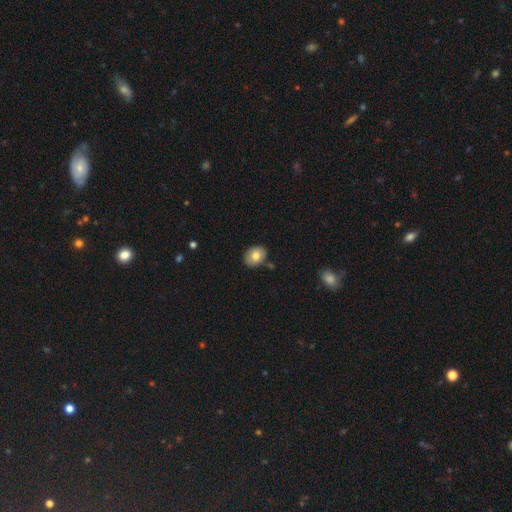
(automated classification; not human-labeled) Smooth or featured: smooth — 79% (featured or disk — 13%)
How rounded: in between — 62% (round — 37%)
Merging: none — 82% (minor disturbance — 12%)